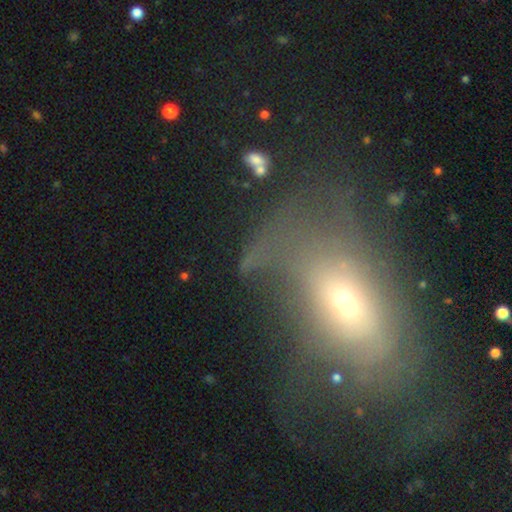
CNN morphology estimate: Smooth or featured? Predicted: smooth (p=0.42). Merging? Predicted: none (p=0.40).